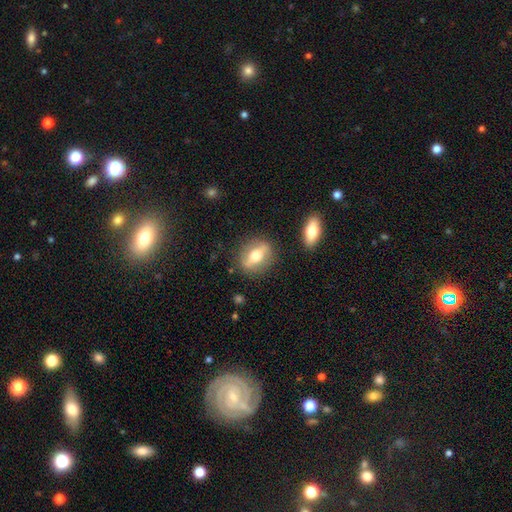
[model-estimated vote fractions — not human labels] smooth-or-featured: featured or disk: 53% | smooth: 40% | star or artifact: 7%
  disk-edge-on: yes: 53% | no: 47%
  merging: none: 82% | minor disturbance: 11% | major disturbance: 4% | merger: 3%